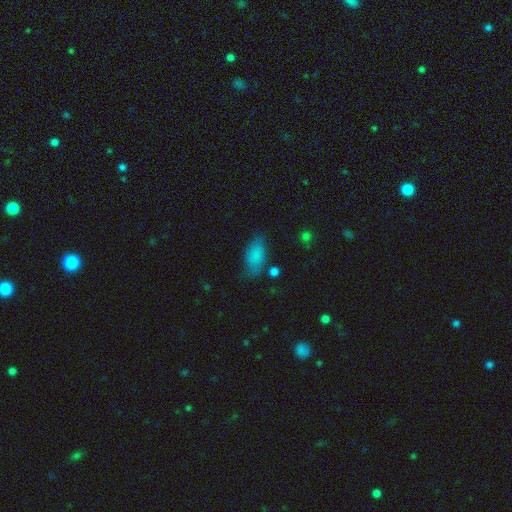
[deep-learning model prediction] This appears to be a smooth galaxy with no disk features (79%) that is in between round and cigar-shaped (91%). Merging: none (60%).